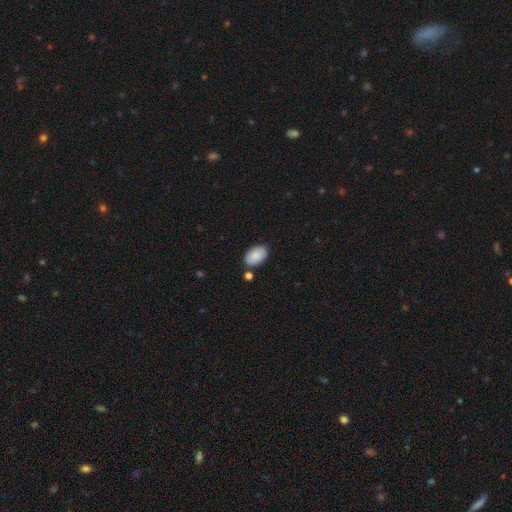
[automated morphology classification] Smooth or featured?
  - smooth: 87% *
  - featured or disk: 7%
  - star or artifact: 6%
How rounded?
  - in between: 94% *
  - round: 5%
  - cigar-shaped: 1%
Merging?
  - none: 81% *
  - minor disturbance: 11%
  - merger: 5%
  - major disturbance: 2%